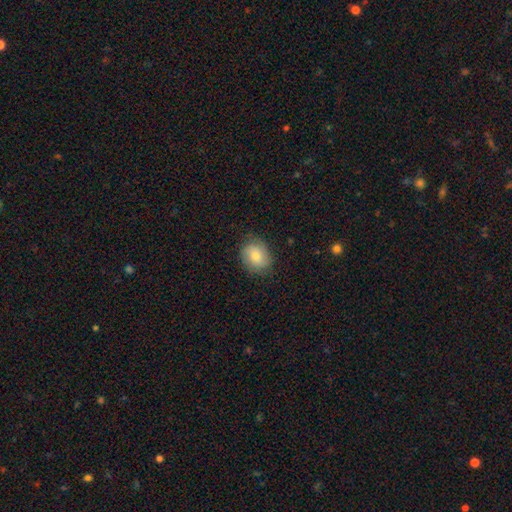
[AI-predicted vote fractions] Smooth or featured? smooth (75%)
How rounded? round (53%)
Merging? none (79%)